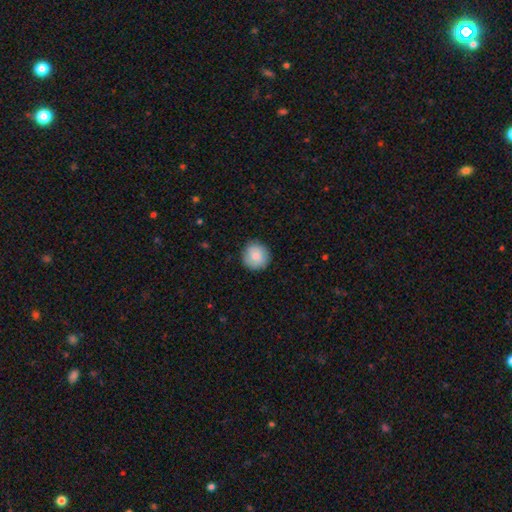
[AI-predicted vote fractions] This is clearly a smooth galaxy (84%). How rounded: clearly round (92%). Merging: clearly none (87%).